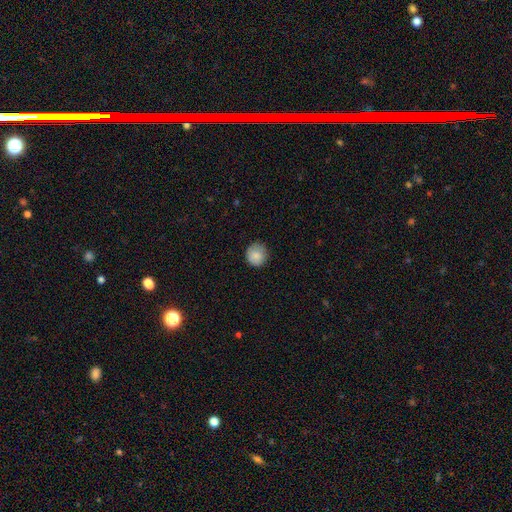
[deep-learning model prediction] smooth 86%, star or artifact 8%, featured or disk 6%. Down the decision tree: how rounded — round (91%); merging — none (83%).